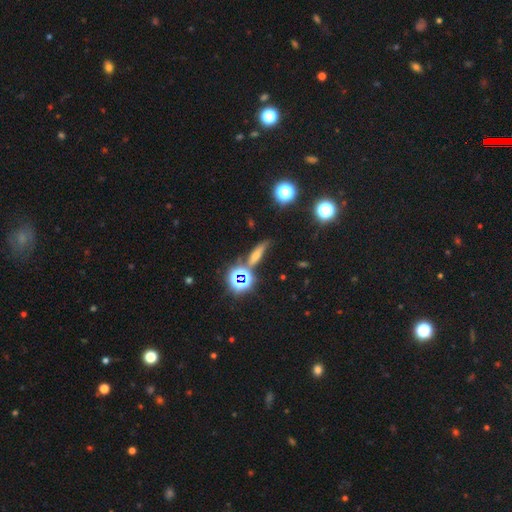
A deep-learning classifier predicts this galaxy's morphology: smooth-or-featured: smooth: 44% | star or artifact: 29% | featured or disk: 27%
  merging: none: 66% | minor disturbance: 16% | merger: 11% | major disturbance: 7%